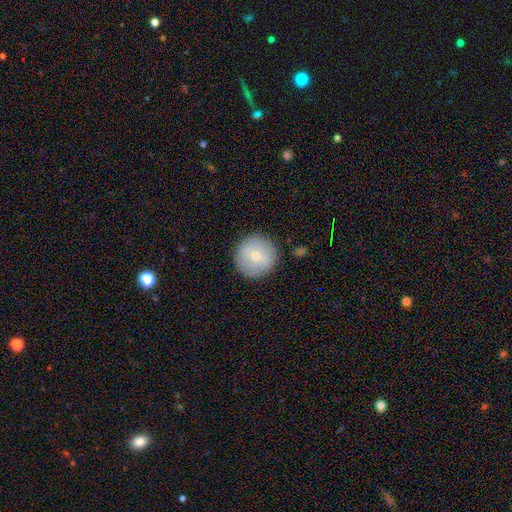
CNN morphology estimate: A smooth galaxy with no disk features (71%) that is round (96%).

Vote fractions:
- Smooth or featured? smooth: 71% / featured or disk: 22% / star or artifact: 7%
- How rounded? round: 96% / in between: 3% / cigar-shaped: 1%
- Merging? none: 88% / minor disturbance: 8% / major disturbance: 2% / merger: 1%